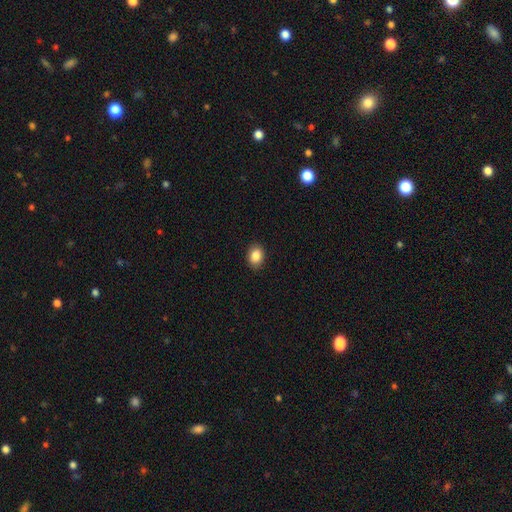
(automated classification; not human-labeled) The model was most divided on "how rounded": in between: 65%, round: 34%, cigar-shaped: 1%. More confident: merging — none (89%); smooth or featured — smooth (87%).